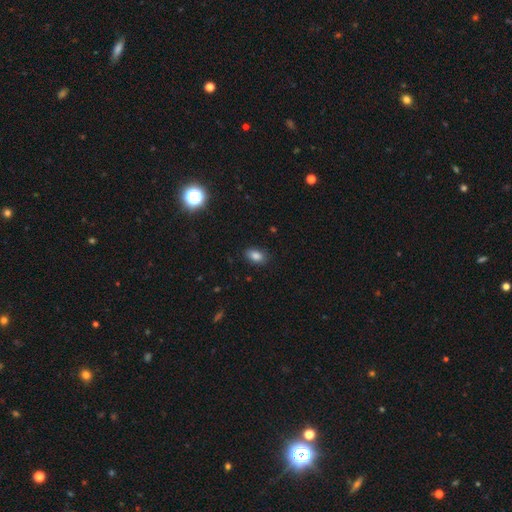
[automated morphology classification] This appears to be a smooth galaxy with no disk features (85%) that is in between round and cigar-shaped (88%). Merging: none (87%).